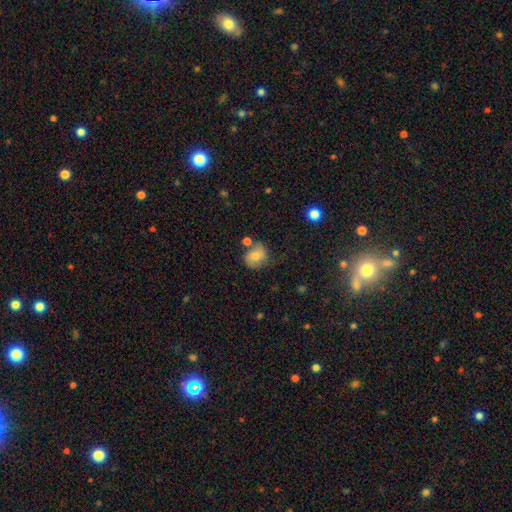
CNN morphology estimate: Smooth or featured? smooth (67%)
How rounded? round (69%)
Merging? none (55%)